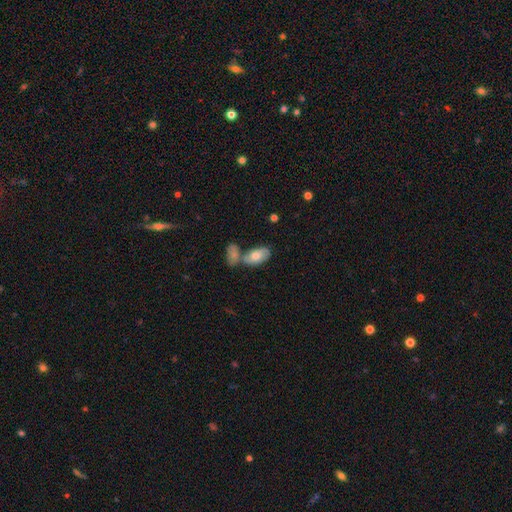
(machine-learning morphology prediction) This appears to be a smooth galaxy with no disk features (63%) that is in between round and cigar-shaped (92%). Merging: merger (44%).